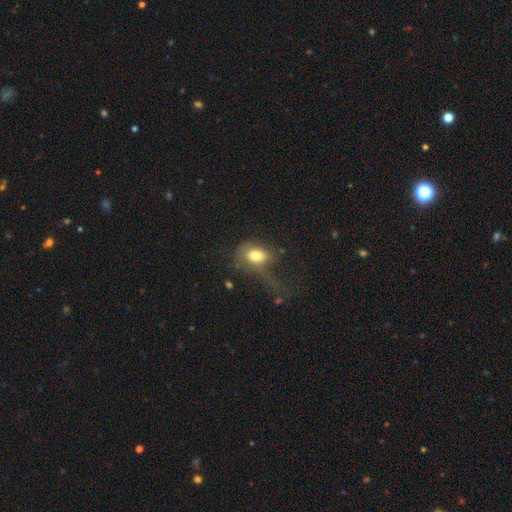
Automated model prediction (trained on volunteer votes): Overall: smooth (73%). How rounded: in between (76%). Merging: major disturbance (49%; none 26%).